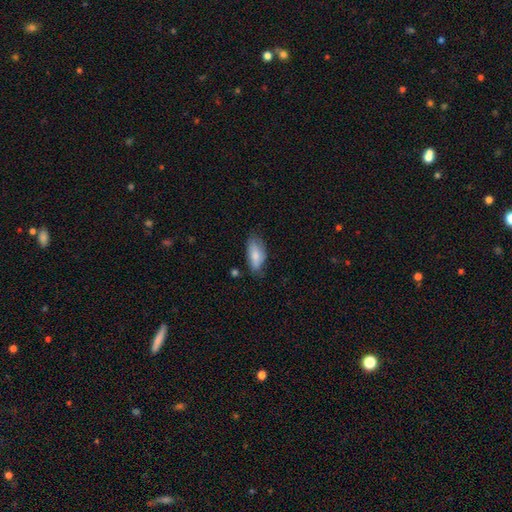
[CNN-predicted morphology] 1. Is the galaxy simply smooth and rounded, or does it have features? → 78% smooth, 16% featured or disk, 6% star or artifact.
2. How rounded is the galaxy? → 90% in between, 7% cigar-shaped, 3% round.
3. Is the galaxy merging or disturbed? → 59% none, 31% minor disturbance, 7% major disturbance, 3% merger.